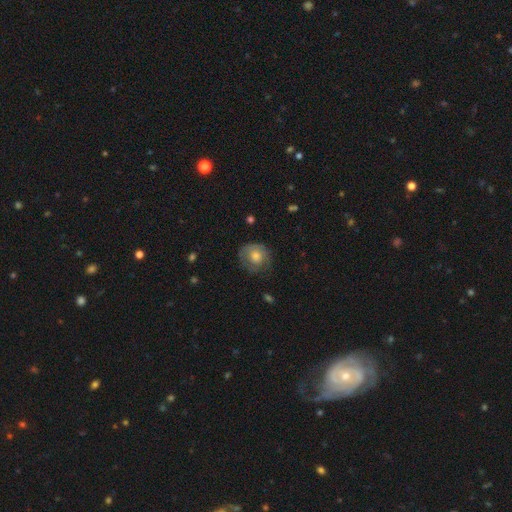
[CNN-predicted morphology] This appears to be a smooth galaxy with no disk features (52%) that is round (82%). Merging: none (66%).